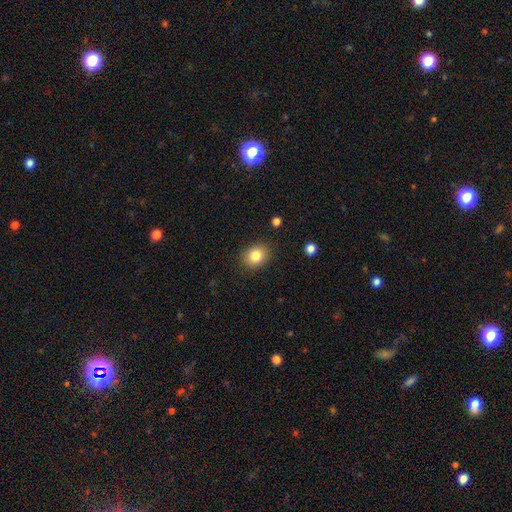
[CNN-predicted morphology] Smooth or featured?
  - smooth: 83% *
  - star or artifact: 10%
  - featured or disk: 7%
How rounded?
  - round: 55% *
  - in between: 44%
  - cigar-shaped: 1%
Merging?
  - none: 87% *
  - minor disturbance: 9%
  - major disturbance: 3%
  - merger: 1%